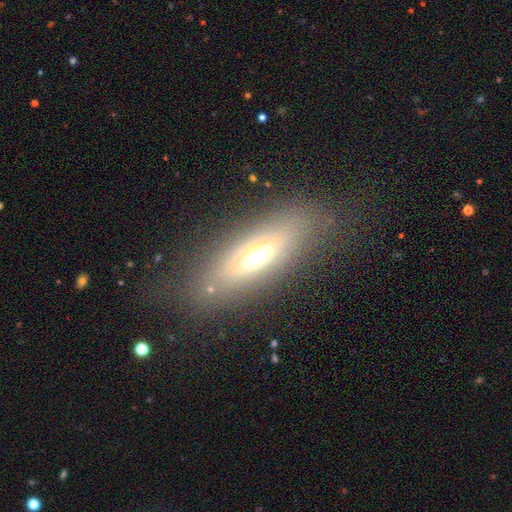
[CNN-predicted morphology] The model was most divided on "smooth or featured": smooth: 47%, featured or disk: 40%, star or artifact: 12%. More confident: merging — none (76%).